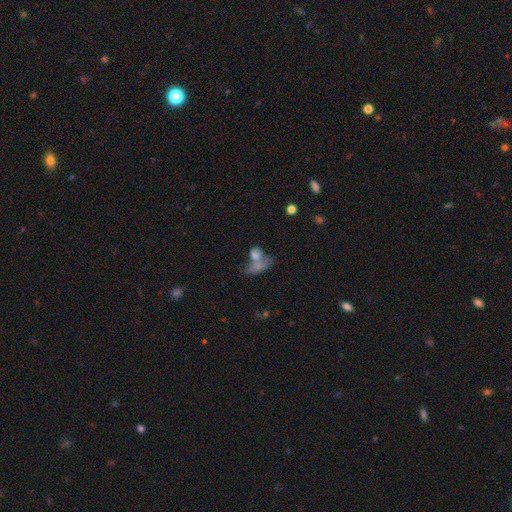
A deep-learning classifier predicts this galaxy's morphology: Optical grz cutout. It shows a smooth galaxy with no disk features (70%) that is in between round and cigar-shaped (72%). Merging: merger (57%).